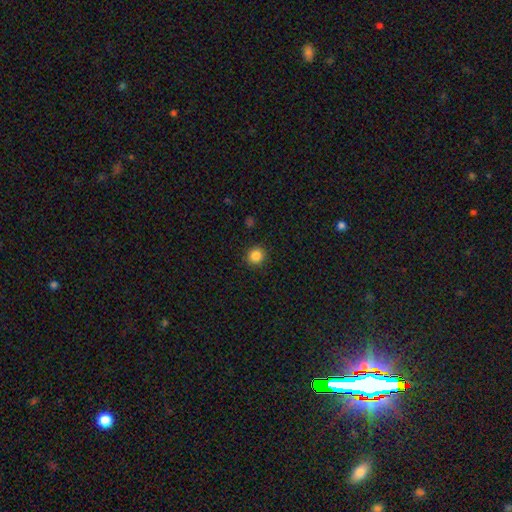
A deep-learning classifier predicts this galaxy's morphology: smooth_or_featured: smooth (p=0.85) [alt: star or artifact p=0.11]
how_rounded: round (p=0.91) [alt: in between p=0.08]
merging: none (p=0.91) [alt: minor disturbance p=0.06]